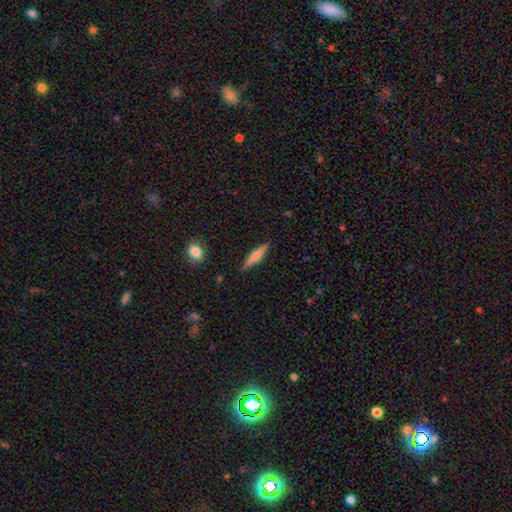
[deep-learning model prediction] Q: Smooth or featured?
A: smooth (47%); runner-up: featured or disk (46%)
Q: Merging?
A: none (89%); runner-up: minor disturbance (8%)